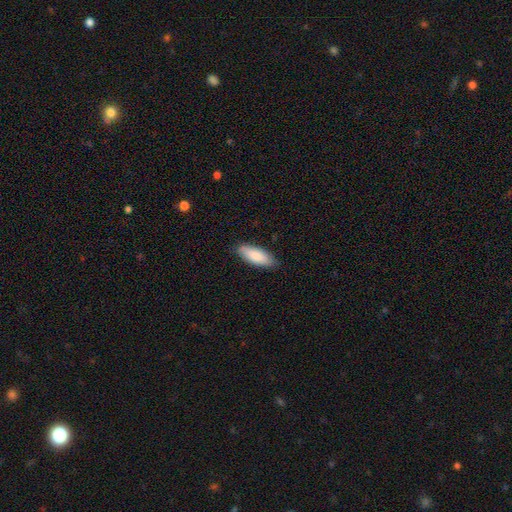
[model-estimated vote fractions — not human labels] smooth_or_featured: smooth (p=0.85) [alt: featured or disk p=0.10]
how_rounded: in between (p=0.73) [alt: cigar-shaped p=0.25]
merging: none (p=0.84) [alt: minor disturbance p=0.13]